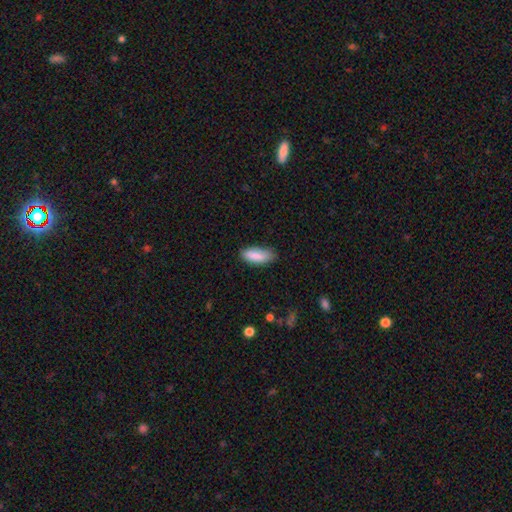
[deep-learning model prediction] A smooth galaxy with no disk features (87%) that is in between round and cigar-shaped (75%). Merging: none (73%).